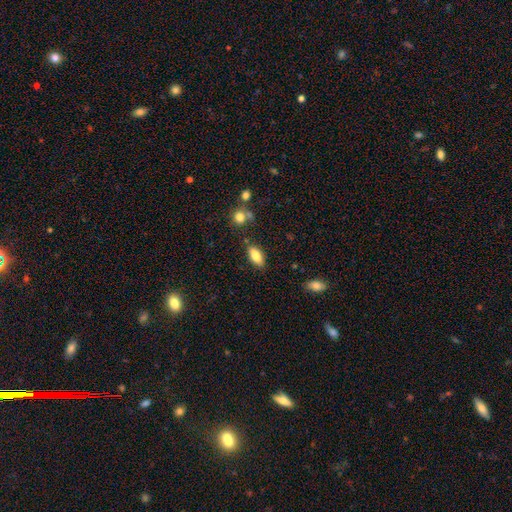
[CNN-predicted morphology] Overall: smooth (81%). How rounded: in between (87%). Merging: none (82%).